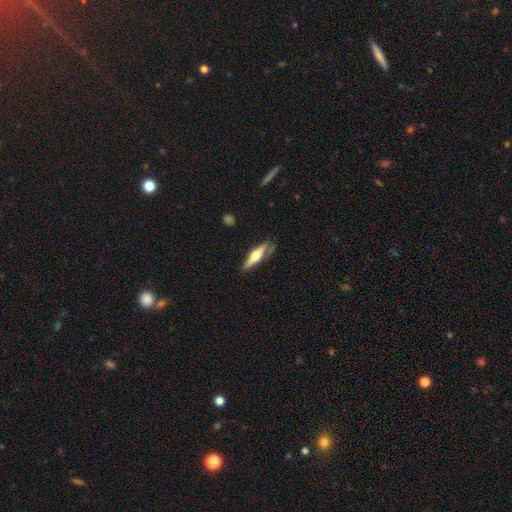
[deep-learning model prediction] Morphology: type=featured or disk (58%); edge-on=yes (95%); edge-on bulge=rounded (91%); merging=none (76%).